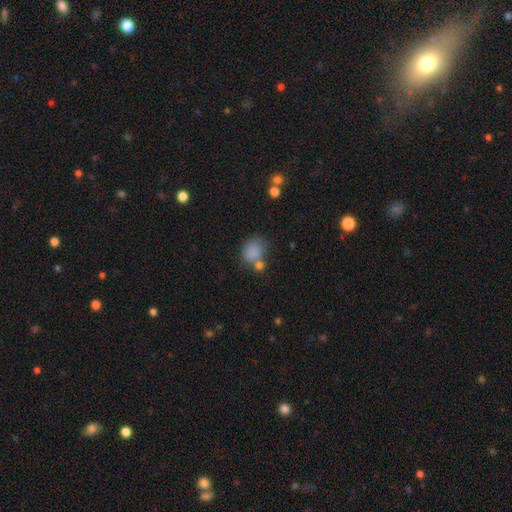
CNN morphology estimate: Smooth or featured? smooth (76%)
How rounded? round (60%)
Merging? none (64%)